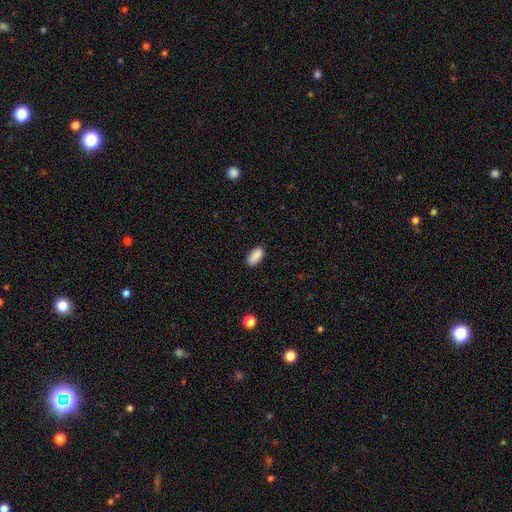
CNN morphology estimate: smooth_or_featured: smooth (p=0.90) [alt: star or artifact p=0.07]
how_rounded: in between (p=0.93) [alt: cigar-shaped p=0.05]
merging: none (p=0.88) [alt: minor disturbance p=0.09]